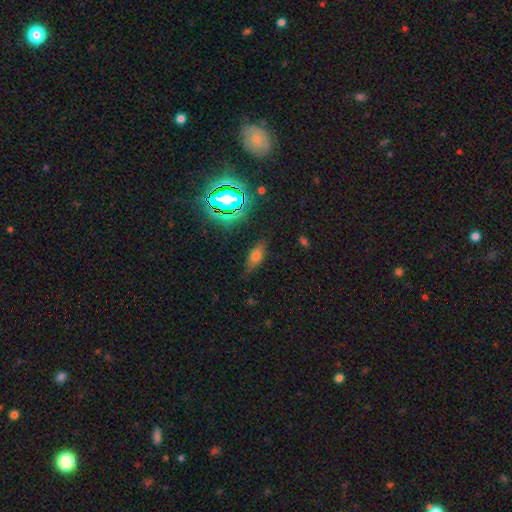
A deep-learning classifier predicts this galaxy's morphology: A smooth galaxy with no disk features (50%). Merging: none (77%).